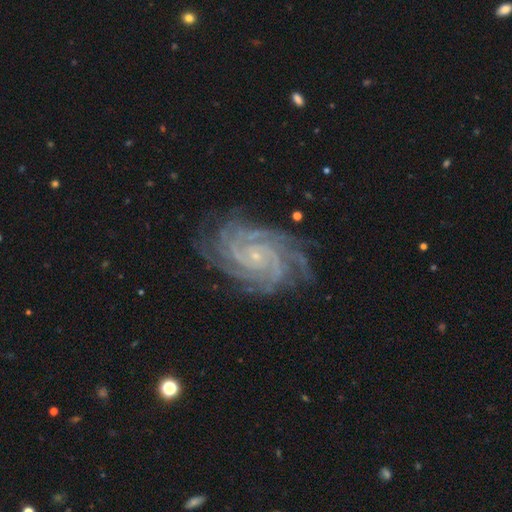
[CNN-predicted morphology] Smooth or featured: featured or disk — 92% (star or artifact — 5%)
Edge-on disk: no — 98% (yes — 2%)
Bar: no — 70% (weak — 21%)
Spiral arms: yes — 99% (no — 1%)
Spiral winding: tight — 79% (medium — 18%)
Spiral arm count: 4 — 27% (more than 4 — 25%)
Bulge size: small — 87% (moderate — 8%)
Merging: none — 80% (minor disturbance — 14%)